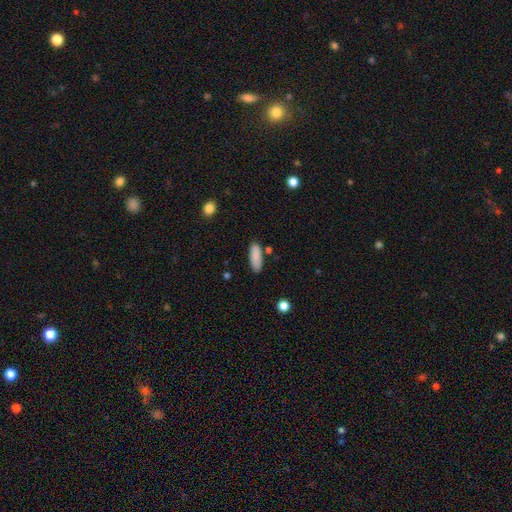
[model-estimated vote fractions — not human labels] Overall: smooth (87%). How rounded: in between (65%; cigar-shaped 33%). Merging: none (79%).